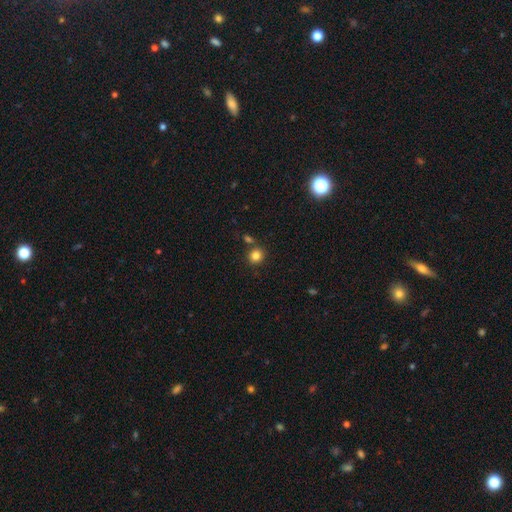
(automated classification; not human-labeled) The model was most divided on "merging": none: 77%, merger: 11%, minor disturbance: 9%, major disturbance: 3%. More confident: how rounded — round (85%); smooth or featured — smooth (83%).